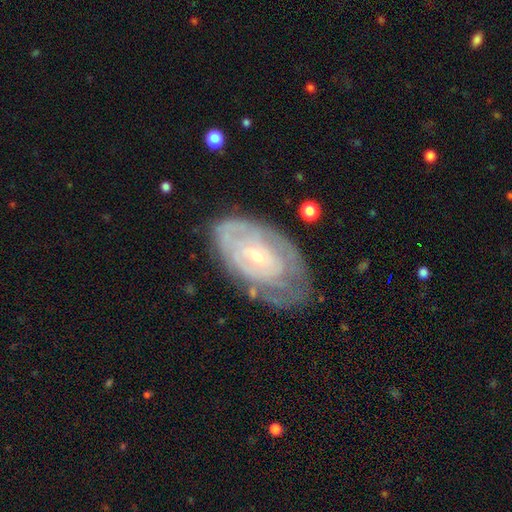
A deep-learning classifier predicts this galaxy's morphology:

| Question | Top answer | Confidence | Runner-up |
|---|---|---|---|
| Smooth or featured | featured or disk | 74% | smooth (20%) |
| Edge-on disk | no | 94% | yes (6%) |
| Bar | no | 74% | weak (21%) |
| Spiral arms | yes | 71% | no (29%) |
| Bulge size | small | 75% | moderate (21%) |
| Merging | none | 62% | minor disturbance (25%) |